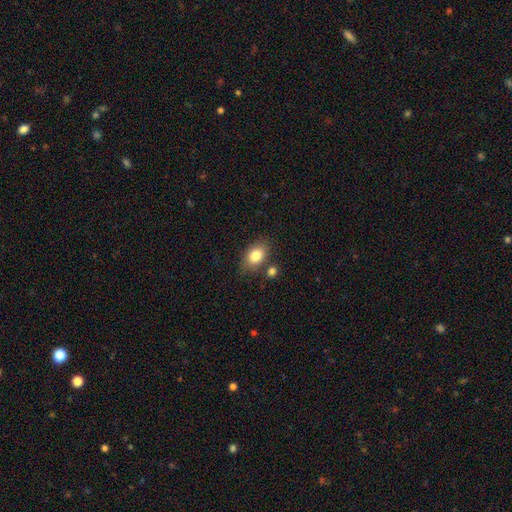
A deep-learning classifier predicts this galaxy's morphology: This appears to be a smooth galaxy with no disk features (82%) that is in between round and cigar-shaped (78%). Merging: none (73%).